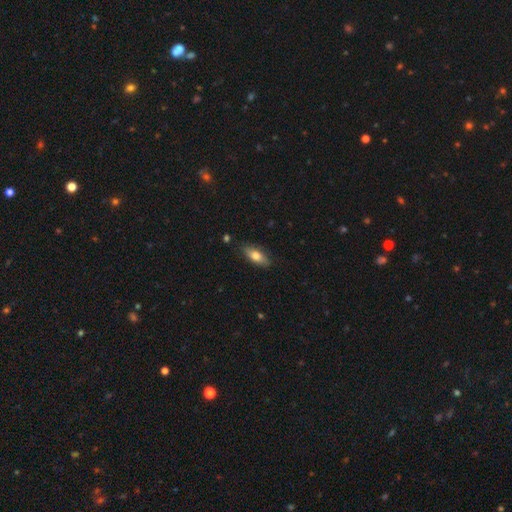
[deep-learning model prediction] Overall: smooth (73%). How rounded: in between (75%). Merging: none (83%).